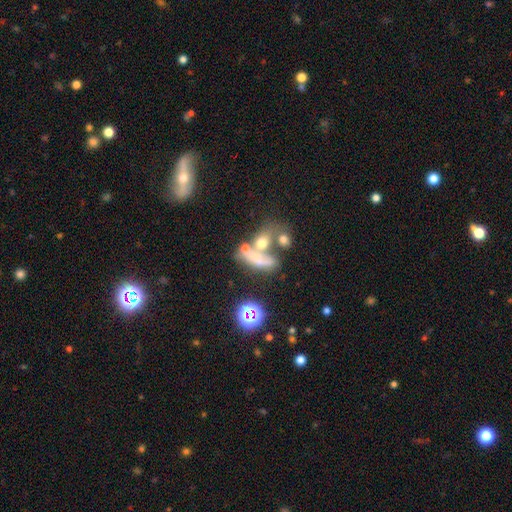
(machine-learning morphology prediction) Smooth or featured? Predicted: smooth (p=0.43). Merging? Predicted: merger (p=0.45).